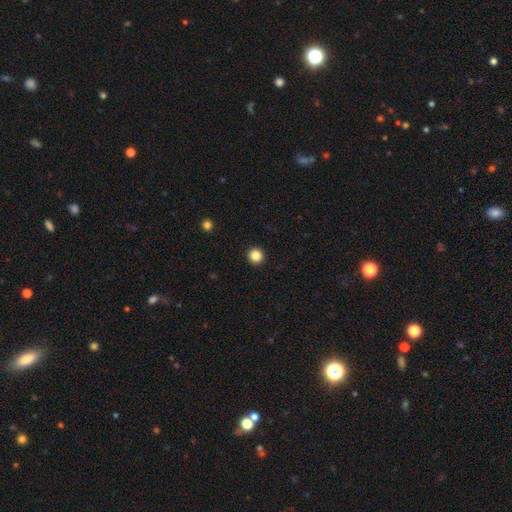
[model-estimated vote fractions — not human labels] This is clearly a smooth galaxy (86%). How rounded: clearly round (95%). Merging: clearly none (93%).